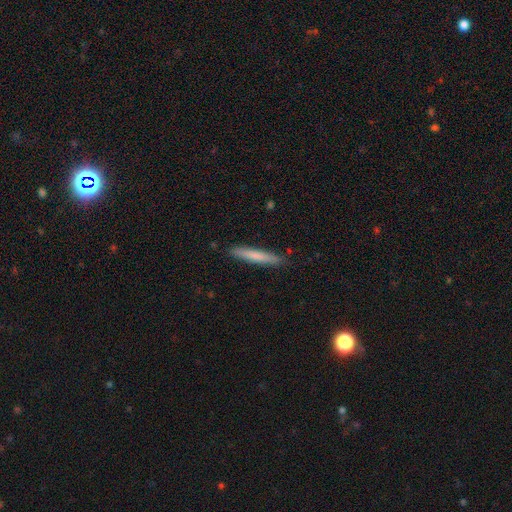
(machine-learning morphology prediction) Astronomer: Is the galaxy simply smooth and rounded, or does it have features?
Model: smooth — 72%.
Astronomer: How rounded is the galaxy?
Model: cigar-shaped — 94%.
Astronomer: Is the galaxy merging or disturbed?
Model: none — 89%.